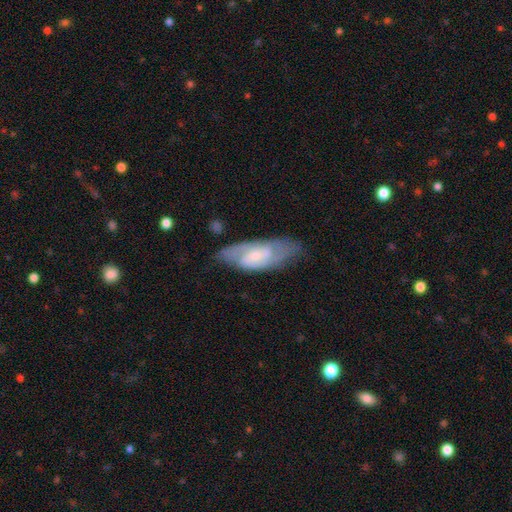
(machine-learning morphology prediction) Smooth or featured?
  - featured or disk: 69% *
  - smooth: 24%
  - star or artifact: 6%
Edge-on disk?
  - no: 87% *
  - yes: 13%
Bar?
  - weak: 46% *
  - no: 42%
  - strong: 12%
Spiral arms?
  - yes: 87% *
  - no: 13%
Spiral winding?
  - medium: 45% *
  - tight: 39%
  - loose: 15%
Spiral arm count?
  - 2: 61% *
  - can't tell: 26%
  - 3: 6%
  - 1: 3%
  - 4: 2%
  - more than 4: 2%
Bulge size?
  - small: 56% *
  - moderate: 32%
  - none: 8%
  - large: 3%
  - dominant: 1%
Merging?
  - none: 68% *
  - minor disturbance: 22%
  - major disturbance: 7%
  - merger: 2%